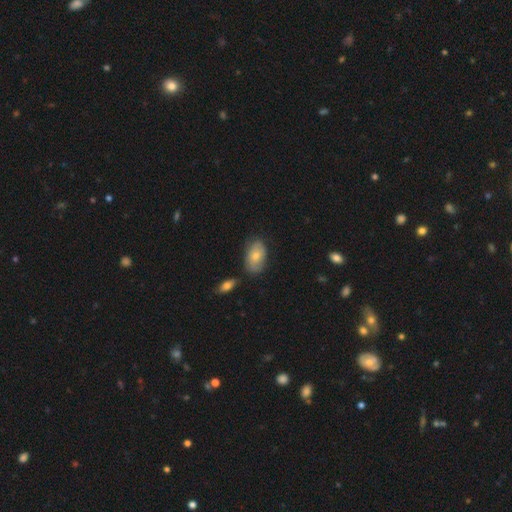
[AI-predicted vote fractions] A smooth galaxy with no disk features (69%) that is in between round and cigar-shaped (91%). Merging: none (67%).